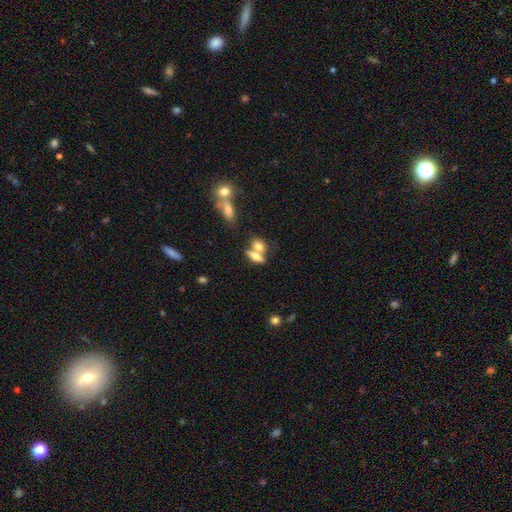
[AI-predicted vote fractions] smooth 66%, featured or disk 24%, star or artifact 11%. Down the decision tree: how rounded — in between (66%); merging — merger (46%).